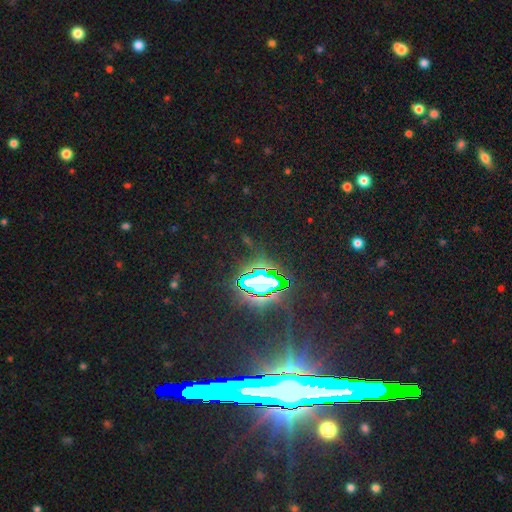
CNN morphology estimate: Smooth or featured? Predicted: star or artifact (p=0.81).